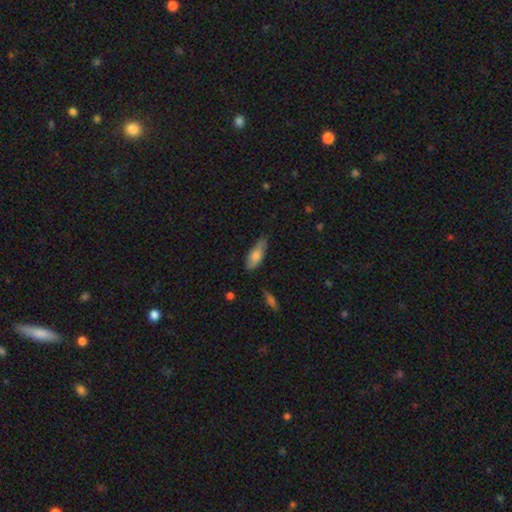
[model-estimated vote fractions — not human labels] Overall: smooth (76%). How rounded: in between (76%). Merging: none (71%).